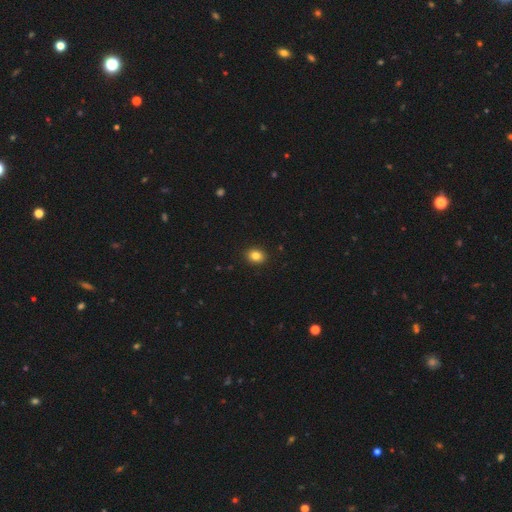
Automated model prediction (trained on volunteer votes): Smooth or featured? Predicted: smooth (p=0.84). How rounded? Predicted: in between (p=0.54). Merging? Predicted: none (p=0.91).